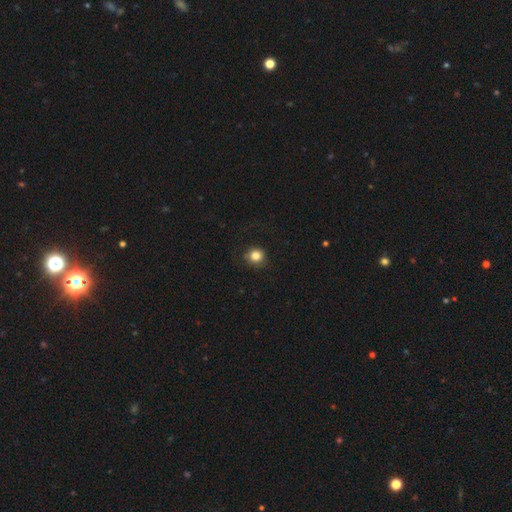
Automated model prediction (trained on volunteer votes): smooth_or_featured: smooth (p=0.83) [alt: star or artifact p=0.11]
how_rounded: round (p=0.86) [alt: in between p=0.13]
merging: none (p=0.82) [alt: minor disturbance p=0.13]